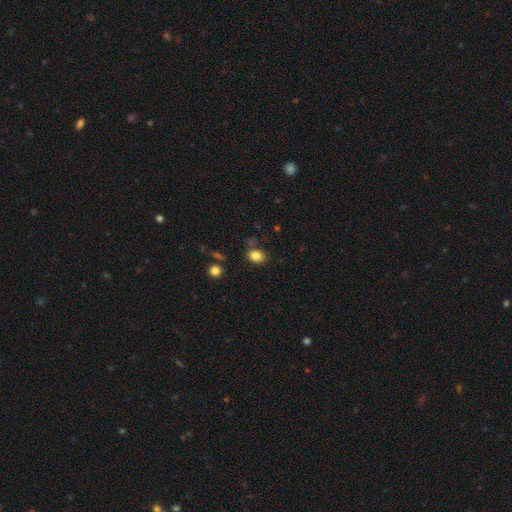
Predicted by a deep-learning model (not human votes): This is clearly a smooth galaxy (83%). How rounded: likely in between (65%). Merging: likely none (75%).